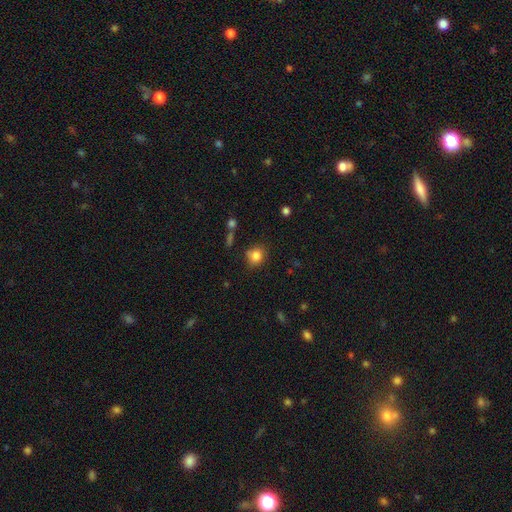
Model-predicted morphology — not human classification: Q: Smooth or featured?
A: smooth (83%); runner-up: star or artifact (11%)
Q: How rounded?
A: round (73%); runner-up: in between (26%)
Q: Merging?
A: none (75%); runner-up: minor disturbance (16%)